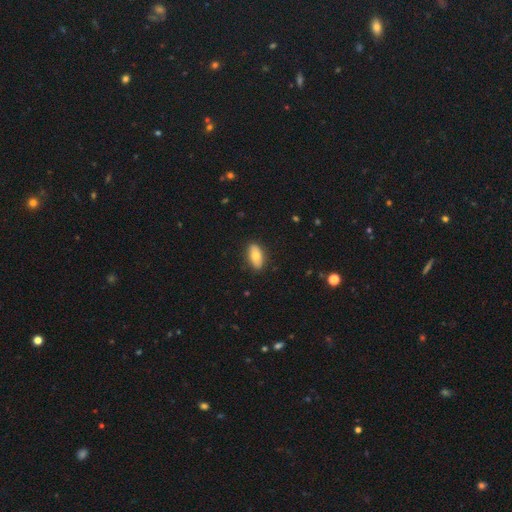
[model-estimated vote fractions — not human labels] This is likely a smooth galaxy (74%). How rounded: clearly in between (88%). Merging: clearly none (85%).